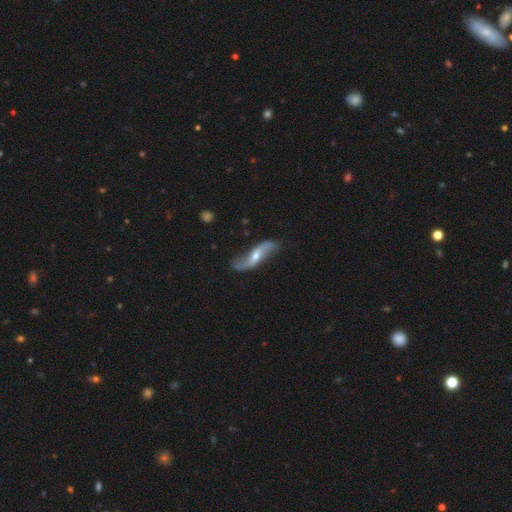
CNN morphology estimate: smooth-or-featured: featured or disk: 80% | smooth: 14% | star or artifact: 6%
  disk-edge-on: no: 85% | yes: 15%
    bar: no: 48% | weak: 35% | strong: 17%
    has-spiral-arms: yes: 93% | no: 7%
      spiral-winding: loose: 86% | medium: 10% | tight: 4%
      spiral-arm-count: 2: 92% | can't tell: 3% | 1: 2% | 3: 1% | 4: 1% | more than 4: 1%
    bulge-size: moderate: 60% | small: 34% | large: 3% | none: 2% | dominant: 1%
  merging: none: 73% | minor disturbance: 18% | major disturbance: 7% | merger: 2%